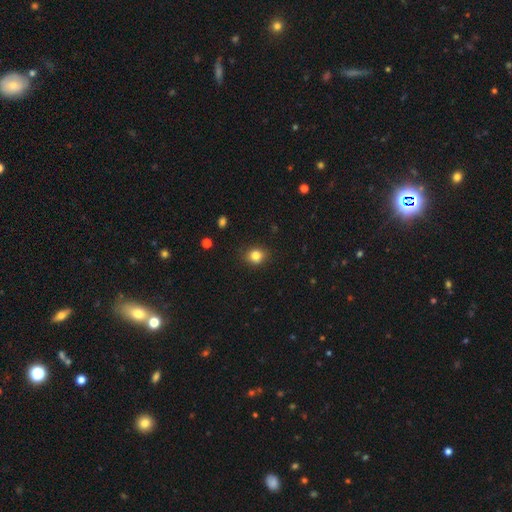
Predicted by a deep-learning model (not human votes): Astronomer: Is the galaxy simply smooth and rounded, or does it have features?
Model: smooth — 83%.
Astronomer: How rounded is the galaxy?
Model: round — 72%.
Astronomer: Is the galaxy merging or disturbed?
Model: none — 85%.